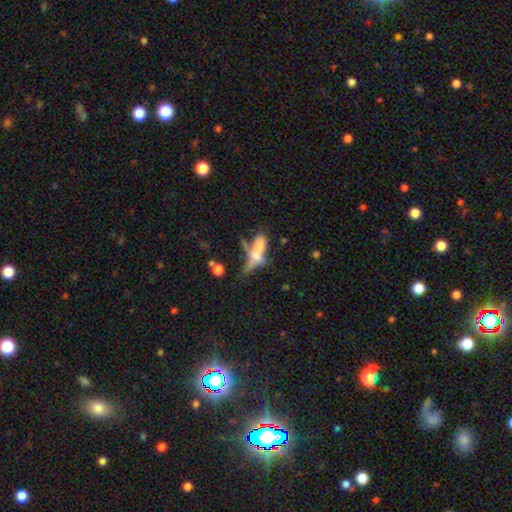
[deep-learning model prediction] A smooth galaxy with no disk features (54%) that is cigar-shaped (53%). Merging: merger (43%).